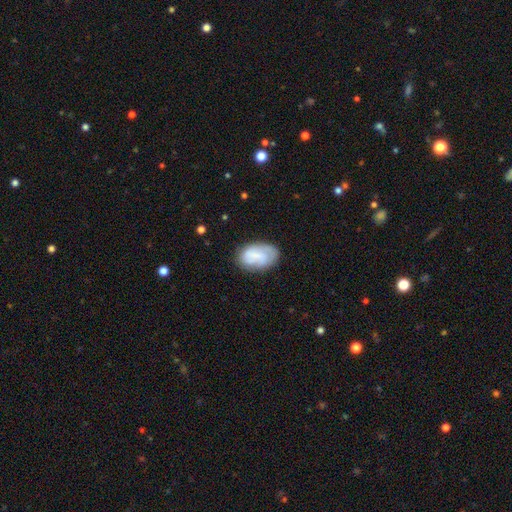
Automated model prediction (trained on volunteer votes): Morphology: type=smooth (63%); roundness=in between (89%); merging=none (67%).